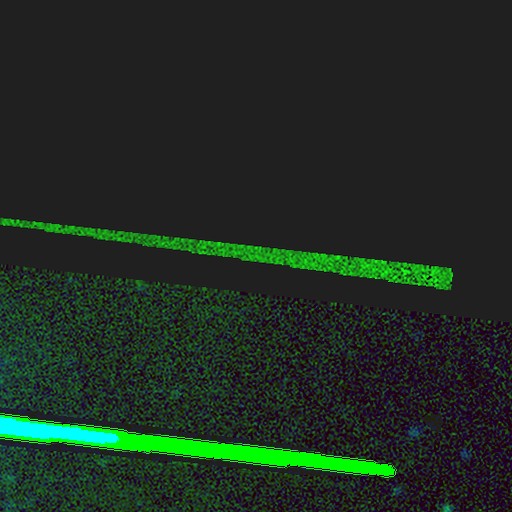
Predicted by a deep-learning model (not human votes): Morphology: type=star or artifact (87%).